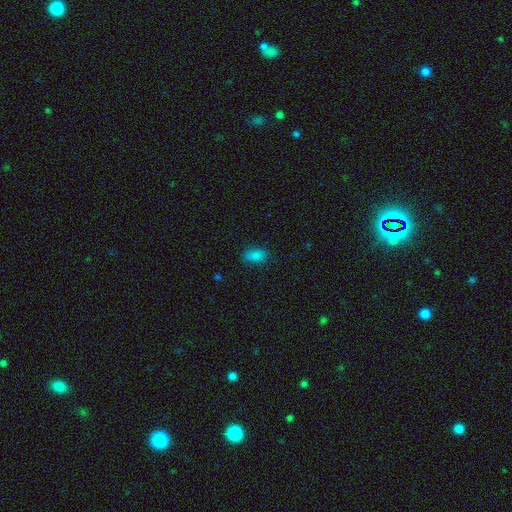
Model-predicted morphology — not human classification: type=smooth (84%); roundness=in between (90%); merging=none (80%).